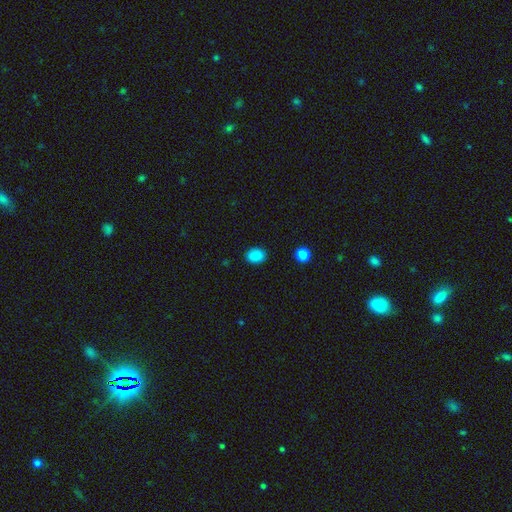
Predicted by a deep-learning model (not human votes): Smooth or featured? Predicted: smooth (p=0.87). How rounded? Predicted: in between (p=0.65). Merging? Predicted: none (p=0.87).